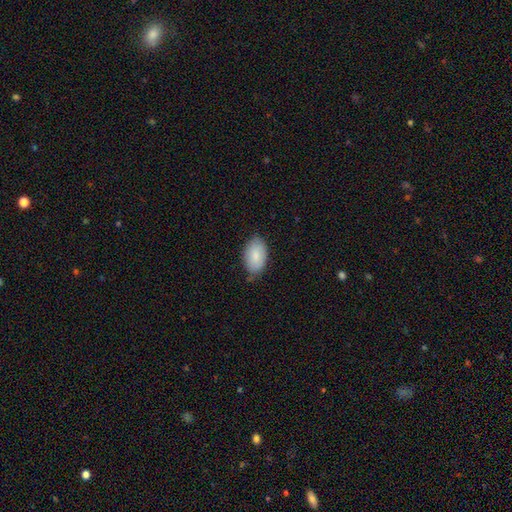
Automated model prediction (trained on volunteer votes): The model was most divided on "merging": none: 75%, minor disturbance: 20%, major disturbance: 3%, merger: 2%. More confident: how rounded — in between (94%); smooth or featured — smooth (85%).